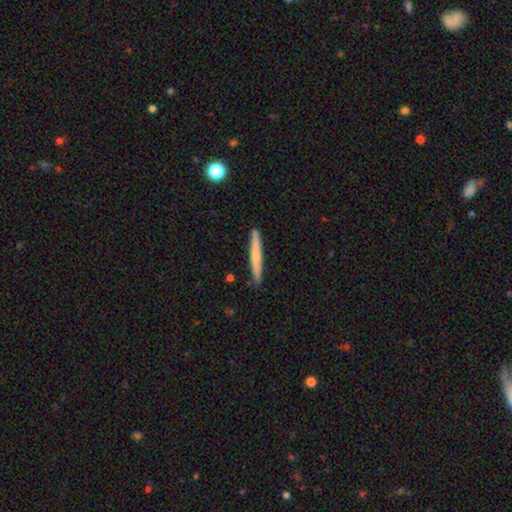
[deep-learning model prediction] Smooth or featured?
  - smooth: 58% *
  - featured or disk: 37%
  - star or artifact: 6%
How rounded?
  - cigar-shaped: 96% *
  - in between: 3%
  - round: 1%
Merging?
  - none: 89% *
  - minor disturbance: 8%
  - merger: 2%
  - major disturbance: 1%